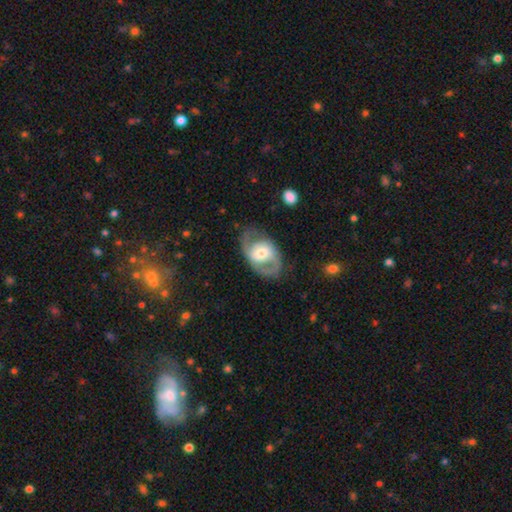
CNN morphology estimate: This is likely a featured or disk galaxy (77%). It is clearly not viewed edge-on (95%). Bar: marginally no (42%). Spiral arm pattern: clearly yes (82%). Spiral arm count: clearly 2 (86%). Spiral winding: possibly medium (52%). Central bulge: possibly moderate (54%). Merging: likely none (76%).